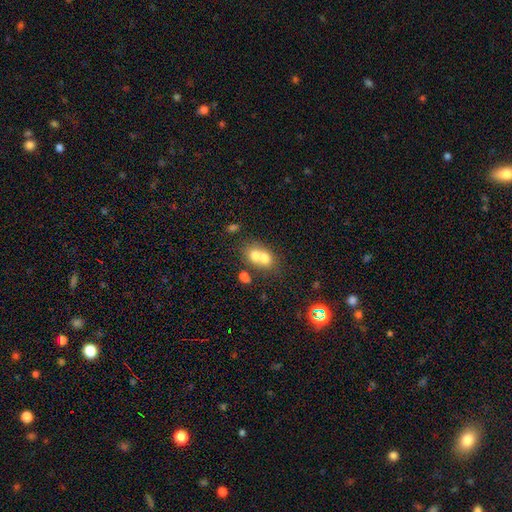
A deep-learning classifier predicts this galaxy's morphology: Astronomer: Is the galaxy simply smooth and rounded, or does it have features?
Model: smooth — 68%.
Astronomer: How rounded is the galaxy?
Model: round — 56% (runner-up: in between, 43%).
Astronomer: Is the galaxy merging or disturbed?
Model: merger — 69%.